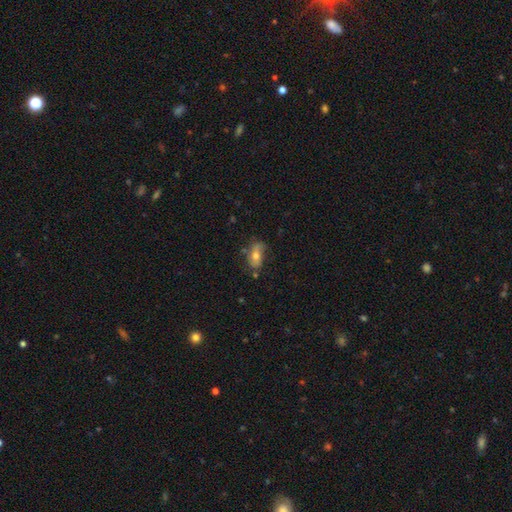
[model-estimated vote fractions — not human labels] Overall: smooth (57%; featured or disk 34%). How rounded: in between (84%). Merging: none (53%; minor disturbance 30%).